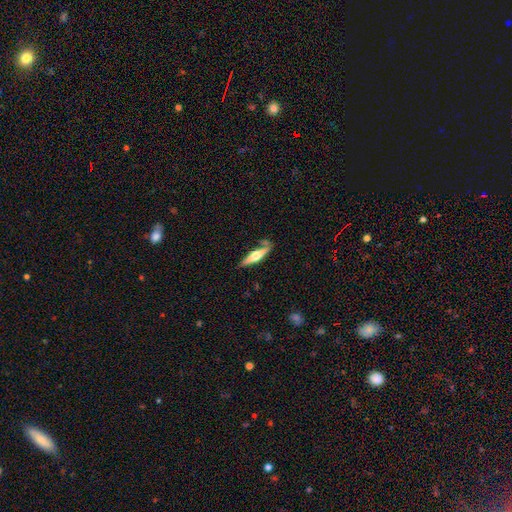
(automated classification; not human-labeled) Smooth or featured?
  - featured or disk: 58% *
  - smooth: 37%
  - star or artifact: 5%
Edge-on disk?
  - yes: 95% *
  - no: 5%
Edge-on bulge?
  - rounded: 92% *
  - boxy: 5%
  - none: 3%
Merging?
  - none: 72% *
  - minor disturbance: 16%
  - merger: 8%
  - major disturbance: 4%